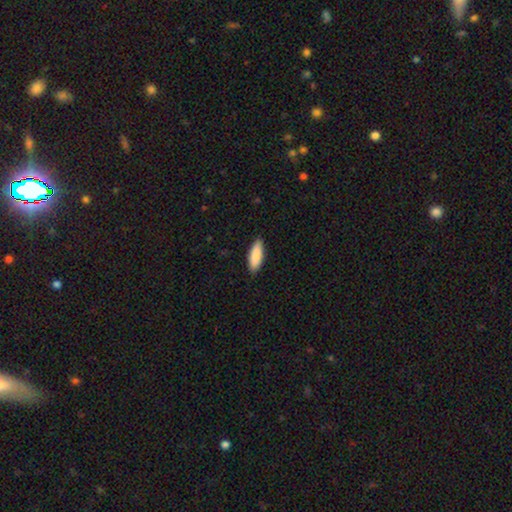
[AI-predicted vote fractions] smooth_or_featured: smooth (p=0.88) [alt: featured or disk p=0.06]
how_rounded: in between (p=0.58) [alt: cigar-shaped p=0.40]
merging: none (p=0.87) [alt: minor disturbance p=0.10]